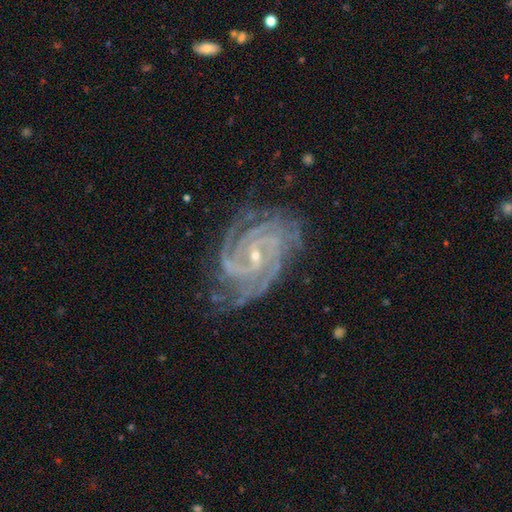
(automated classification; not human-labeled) smooth_or_featured: featured or disk (p=0.92) [alt: star or artifact p=0.05]
disk_edge_on: no (p=0.98) [alt: yes p=0.02]
bar: no (p=0.44) [alt: weak p=0.38]
has_spiral_arms: yes (p=0.99) [alt: no p=0.01]
spiral_winding: tight (p=0.72) [alt: medium p=0.25]
spiral_arm_count: 3 (p=0.27) [alt: 2 p=0.25]
bulge_size: small (p=0.81) [alt: moderate p=0.16]
merging: none (p=0.75) [alt: minor disturbance p=0.18]